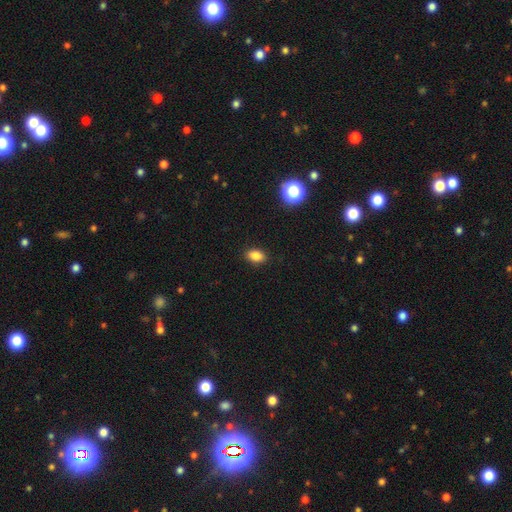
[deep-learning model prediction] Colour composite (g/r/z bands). It shows a smooth galaxy with no disk features (85%) that is in between round and cigar-shaped (85%). Merging: none (89%).